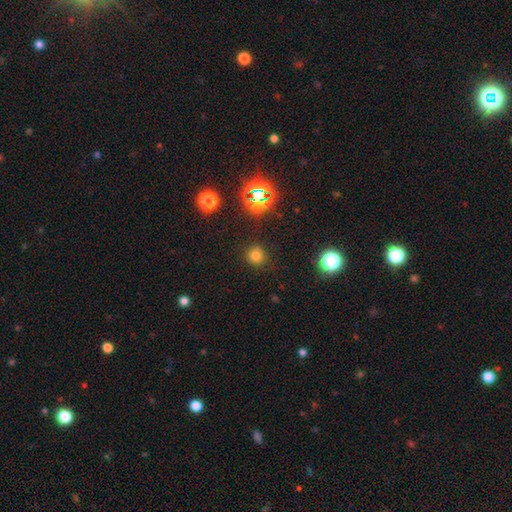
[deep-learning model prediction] Smooth or featured: smooth — 72% (star or artifact — 22%)
How rounded: round — 90% (in between — 9%)
Merging: none — 86% (minor disturbance — 9%)